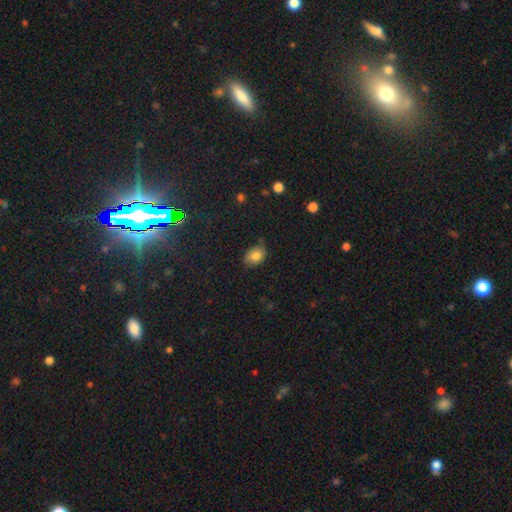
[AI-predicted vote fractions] Smooth or featured? Predicted: smooth (p=0.80). How rounded? Predicted: in between (p=0.73). Merging? Predicted: none (p=0.71).